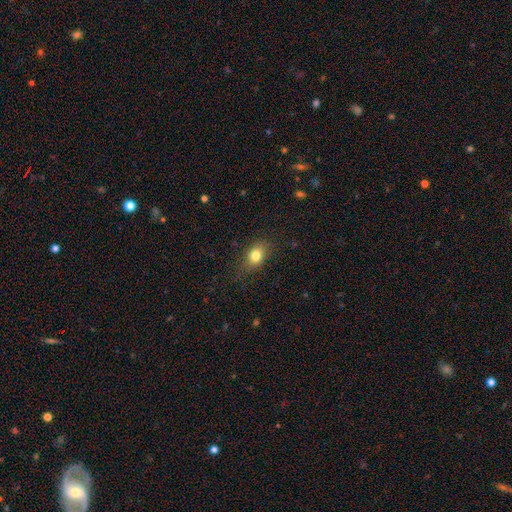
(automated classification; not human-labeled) Smooth or featured: smooth — 80% (star or artifact — 11%)
How rounded: in between — 66% (round — 32%)
Merging: none — 79% (minor disturbance — 15%)